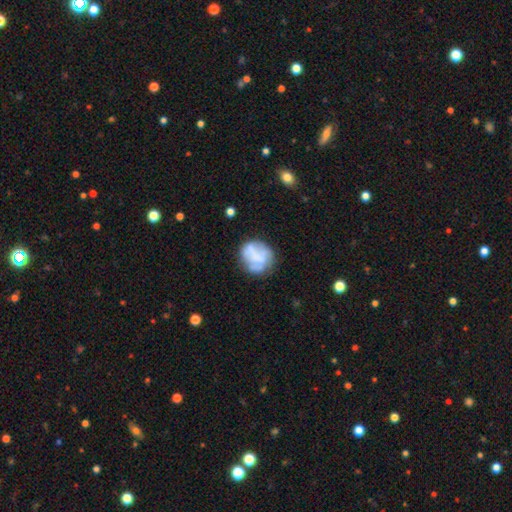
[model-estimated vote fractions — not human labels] Overall: smooth (46%; featured or disk 45%). Merging: none (57%; minor disturbance 22%).